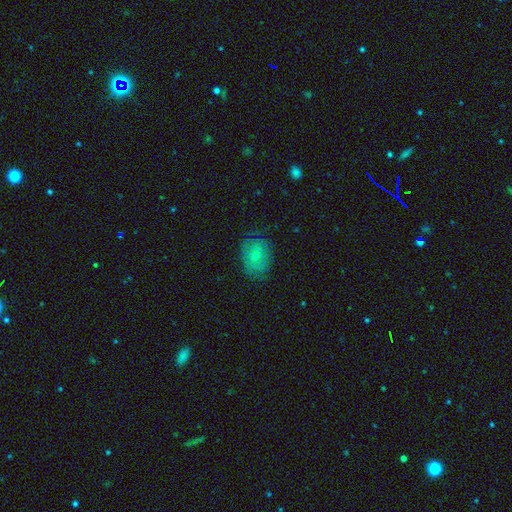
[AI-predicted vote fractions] smooth 66%, featured or disk 26%, star or artifact 9%. Down the decision tree: how rounded — in between (61%); merging — none (71%).